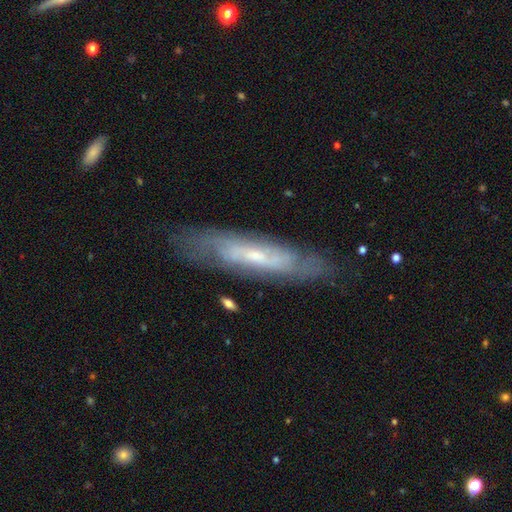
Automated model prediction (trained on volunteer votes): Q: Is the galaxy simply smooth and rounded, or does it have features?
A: featured or disk — 69%.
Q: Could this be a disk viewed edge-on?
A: no — 60%.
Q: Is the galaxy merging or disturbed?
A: none — 79%.